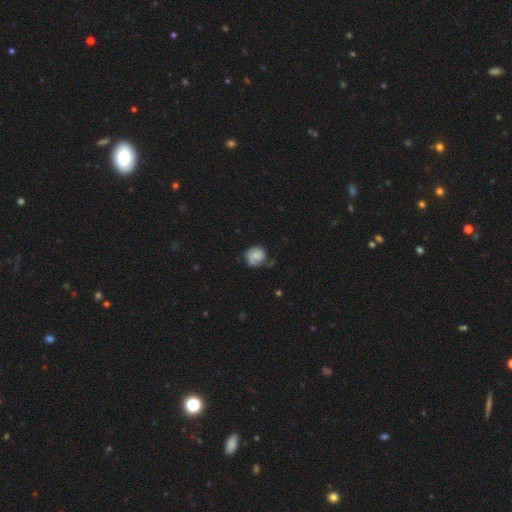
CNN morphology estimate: Smooth or featured? Predicted: smooth (p=0.49). Merging? Predicted: none (p=0.55).